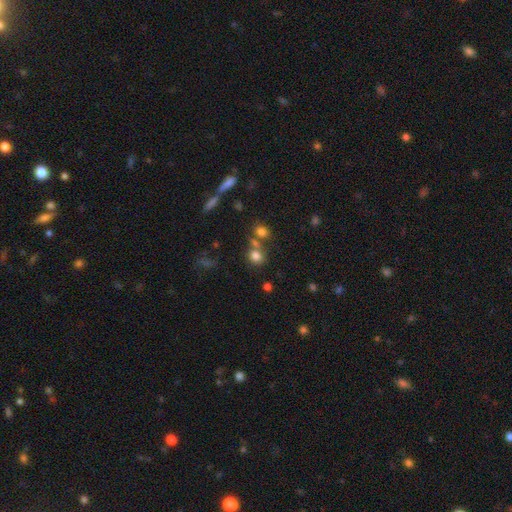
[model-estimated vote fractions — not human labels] This is likely a smooth galaxy (78%). How rounded: likely round (69%). Merging: possibly none (56%).